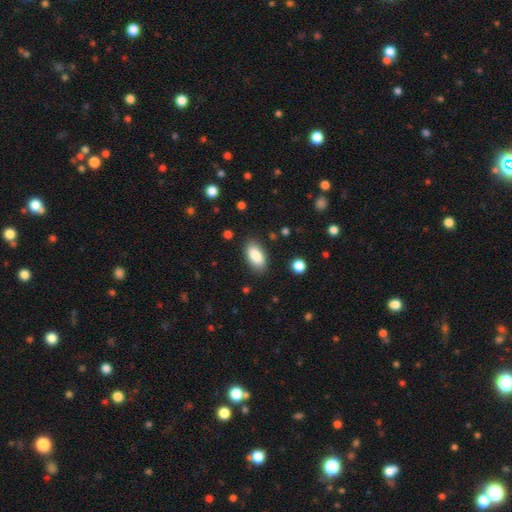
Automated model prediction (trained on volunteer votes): This appears to be a smooth galaxy with no disk features (87%) that is in between round and cigar-shaped (91%). Merging: none (85%).